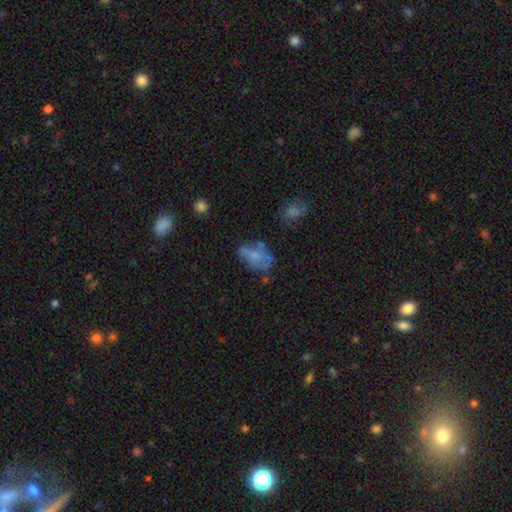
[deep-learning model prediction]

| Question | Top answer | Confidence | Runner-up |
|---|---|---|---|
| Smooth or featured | smooth | 53% | featured or disk (35%) |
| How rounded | in between | 83% | round (15%) |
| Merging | none | 40% | minor disturbance (27%) |